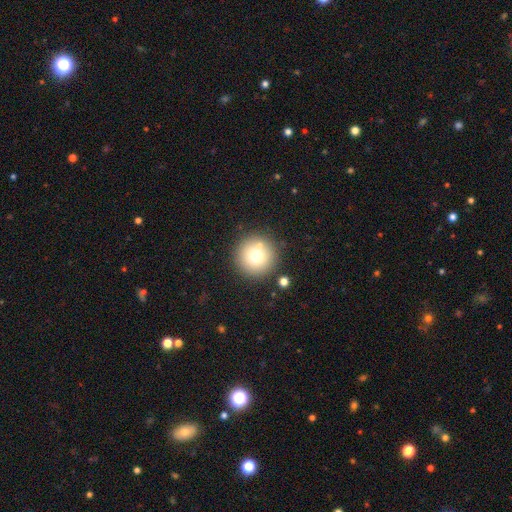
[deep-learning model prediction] Morphology: type=smooth (73%); roundness=round (96%); merging=none (84%).